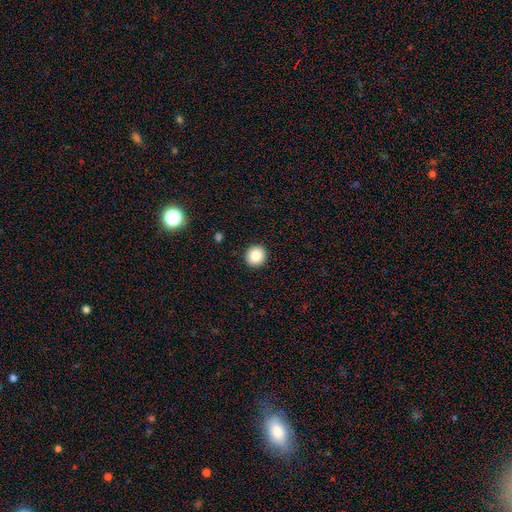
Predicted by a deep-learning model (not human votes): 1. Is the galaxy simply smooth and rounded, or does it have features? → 87% smooth, 9% star or artifact, 4% featured or disk.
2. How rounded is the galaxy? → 90% round, 9% in between, 1% cigar-shaped.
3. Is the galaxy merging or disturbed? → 93% none, 5% minor disturbance, 2% major disturbance, 1% merger.